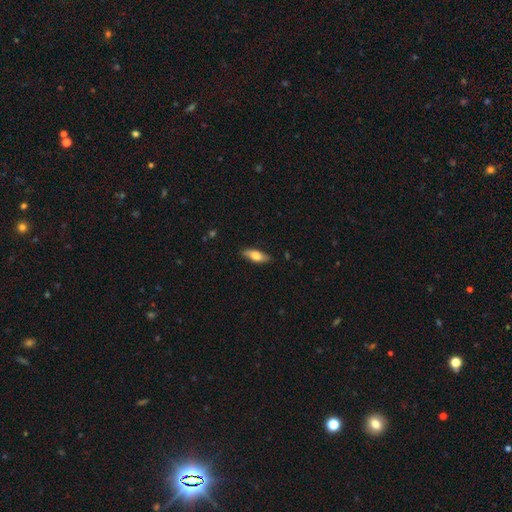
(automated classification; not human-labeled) Overall: smooth (71%). How rounded: in between (71%). Merging: none (83%).